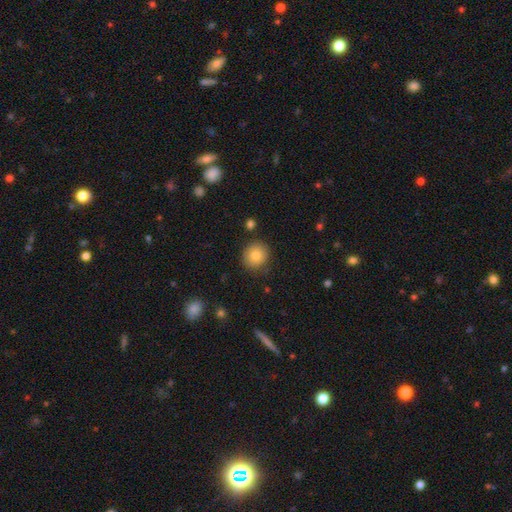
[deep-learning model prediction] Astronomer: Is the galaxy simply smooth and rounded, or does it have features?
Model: smooth — 83%.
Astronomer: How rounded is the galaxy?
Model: round — 85%.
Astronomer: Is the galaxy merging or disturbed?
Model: none — 86%.